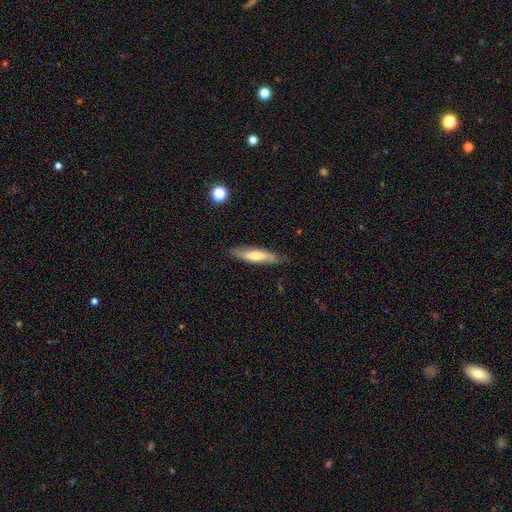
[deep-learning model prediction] This is possibly a smooth galaxy (59%). How rounded: likely cigar-shaped (76%). Merging: clearly none (82%).